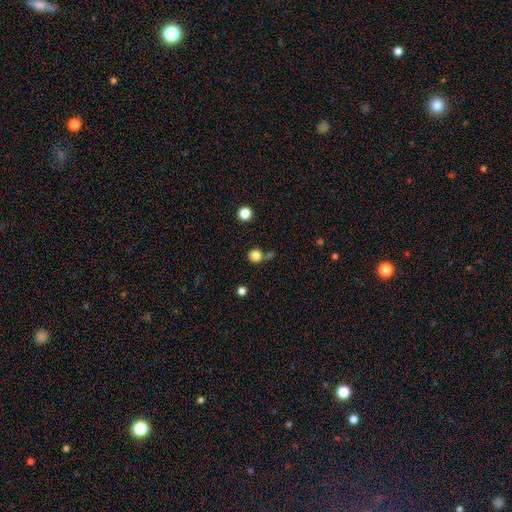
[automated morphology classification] Smooth or featured?
  - smooth: 83% *
  - star or artifact: 12%
  - featured or disk: 5%
How rounded?
  - round: 92% *
  - in between: 7%
  - cigar-shaped: 1%
Merging?
  - none: 71% *
  - merger: 14%
  - minor disturbance: 11%
  - major disturbance: 4%